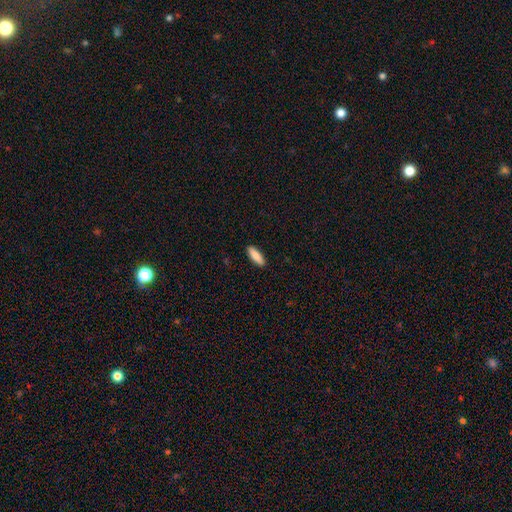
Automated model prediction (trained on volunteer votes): The model was most divided on "how rounded": in between: 52%, cigar-shaped: 46%, round: 2%. More confident: merging — none (90%); smooth or featured — smooth (86%).